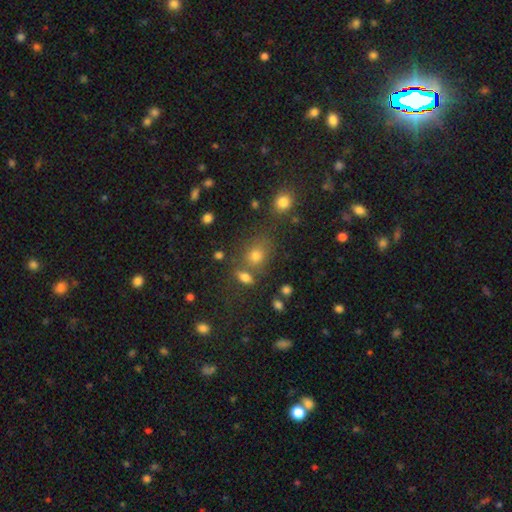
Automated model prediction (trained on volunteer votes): Smooth or featured? smooth (73%)
How rounded? round (58%)
Merging? none (61%)